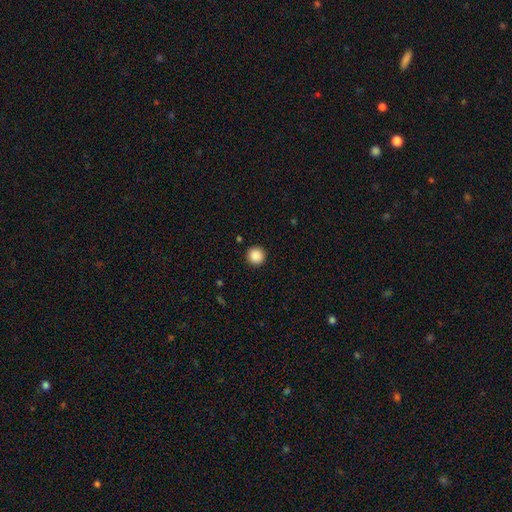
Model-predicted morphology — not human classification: smooth 88%, star or artifact 9%, featured or disk 2%. Down the decision tree: how rounded — round (95%); merging — none (92%).